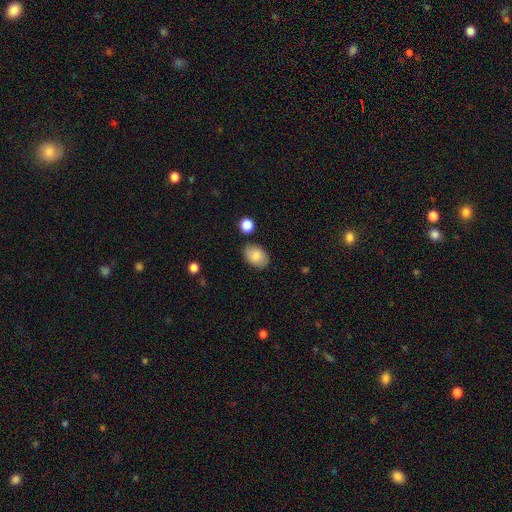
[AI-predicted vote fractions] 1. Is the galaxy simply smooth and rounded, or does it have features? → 86% smooth, 7% featured or disk, 7% star or artifact.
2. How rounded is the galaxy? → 85% in between, 14% round, 1% cigar-shaped.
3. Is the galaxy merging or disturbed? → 82% none, 12% minor disturbance, 3% merger, 3% major disturbance.